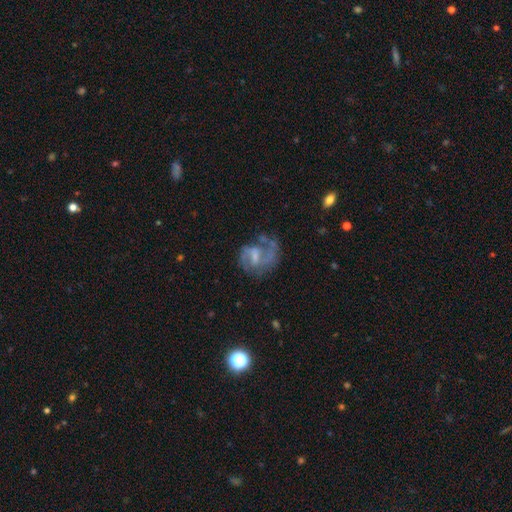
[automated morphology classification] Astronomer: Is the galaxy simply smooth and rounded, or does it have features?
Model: featured or disk — 75%.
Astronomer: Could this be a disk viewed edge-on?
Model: no — 98%.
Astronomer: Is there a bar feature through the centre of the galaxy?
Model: weak — 54%.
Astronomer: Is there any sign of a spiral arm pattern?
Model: yes — 85%.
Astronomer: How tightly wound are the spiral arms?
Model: medium — 49% (runner-up: loose, 30%).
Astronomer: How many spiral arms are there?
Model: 2 — 67%.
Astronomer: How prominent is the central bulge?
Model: small — 35% (runner-up: moderate, 30%).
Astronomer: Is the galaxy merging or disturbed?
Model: none — 47% (runner-up: major disturbance, 27%).